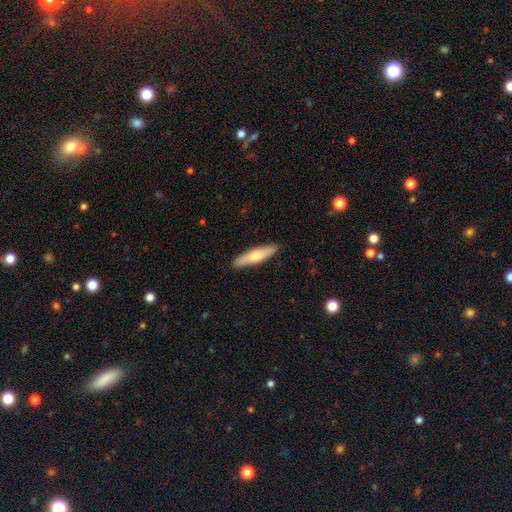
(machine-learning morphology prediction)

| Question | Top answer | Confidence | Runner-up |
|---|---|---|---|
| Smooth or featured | smooth | 56% | featured or disk (39%) |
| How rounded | cigar-shaped | 79% | in between (20%) |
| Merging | none | 90% | minor disturbance (7%) |